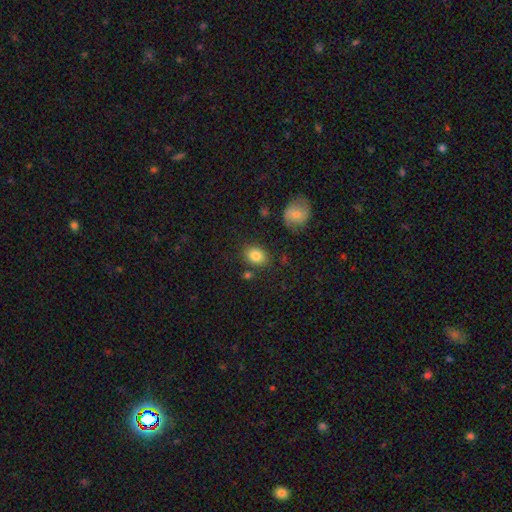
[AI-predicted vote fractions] Smooth or featured? Predicted: smooth (p=0.84). How rounded? Predicted: in between (p=0.68). Merging? Predicted: none (p=0.80).